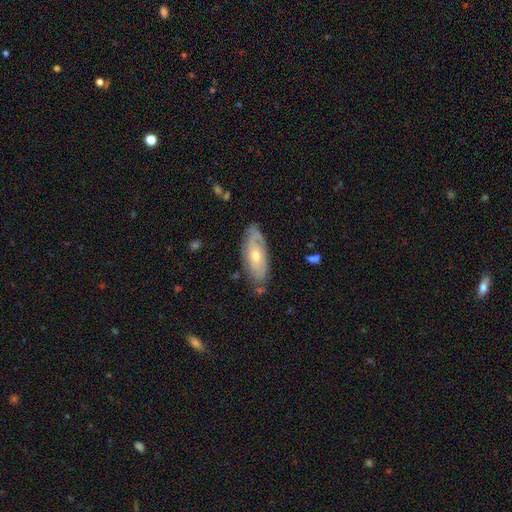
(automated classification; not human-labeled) featured or disk 68%, smooth 27%, star or artifact 6%. Down the decision tree: edge-on disk — no (83%); bar — no (75%); spiral arms — yes (73%); bulge size — moderate (55%); merging — none (74%).